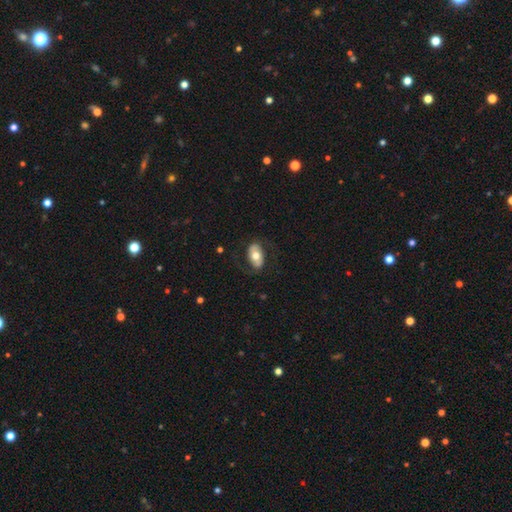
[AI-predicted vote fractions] This is possibly a smooth galaxy (49%). Merging: likely none (75%).